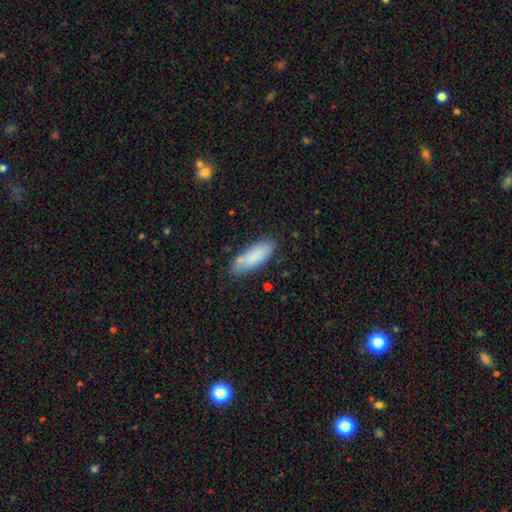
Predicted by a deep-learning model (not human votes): This is clearly a smooth galaxy (84%). How rounded: likely in between (65%). Merging: likely none (77%).